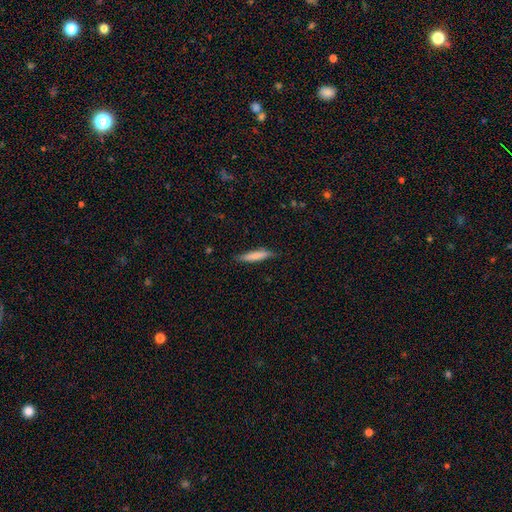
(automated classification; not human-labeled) The model was most divided on "smooth or featured": smooth: 76%, featured or disk: 18%, star or artifact: 6%. More confident: how rounded — cigar-shaped (85%); merging — none (82%).